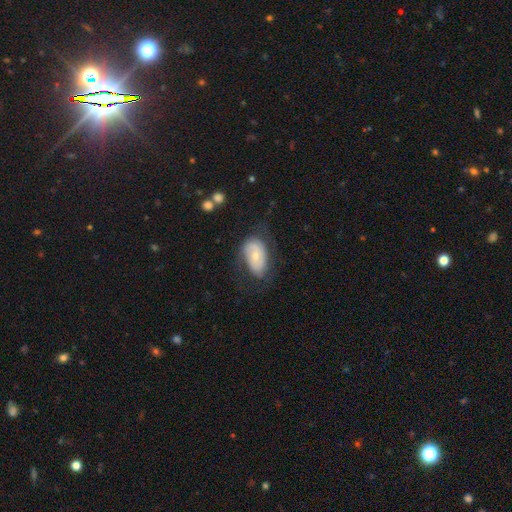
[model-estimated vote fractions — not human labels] Smooth or featured? Predicted: smooth (p=0.48). Merging? Predicted: none (p=0.57).